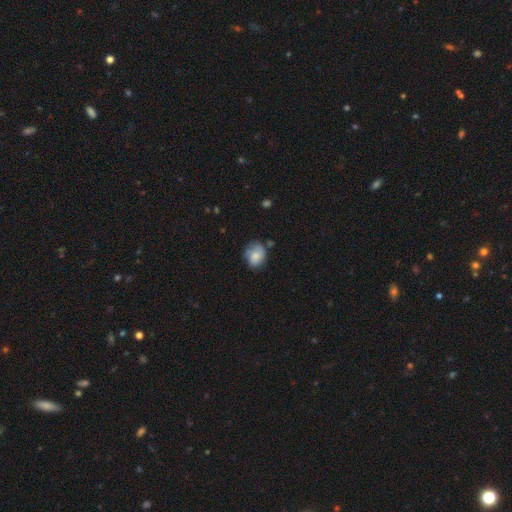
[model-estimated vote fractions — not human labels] smooth 73%, featured or disk 18%, star or artifact 8%. Down the decision tree: how rounded — in between (50%); merging — none (55%).